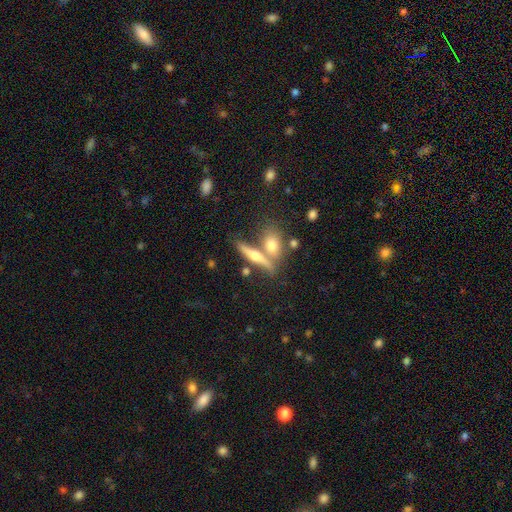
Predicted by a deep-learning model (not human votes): Q: Smooth or featured?
A: featured or disk (55%); runner-up: smooth (37%)
Q: Edge-on disk?
A: yes (91%); runner-up: no (9%)
Q: Edge-on bulge?
A: rounded (91%); runner-up: none (6%)
Q: Merging?
A: none (59%); runner-up: merger (27%)